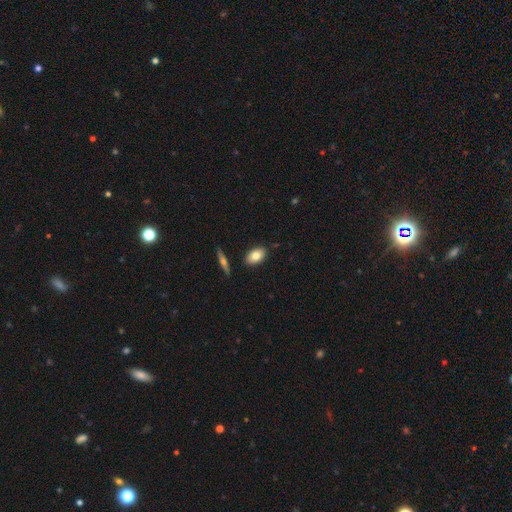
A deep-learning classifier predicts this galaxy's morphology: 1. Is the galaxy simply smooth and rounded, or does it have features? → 78% smooth, 15% featured or disk, 7% star or artifact.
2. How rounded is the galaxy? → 90% in between, 7% round, 3% cigar-shaped.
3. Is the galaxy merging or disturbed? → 85% none, 10% minor disturbance, 3% merger, 2% major disturbance.